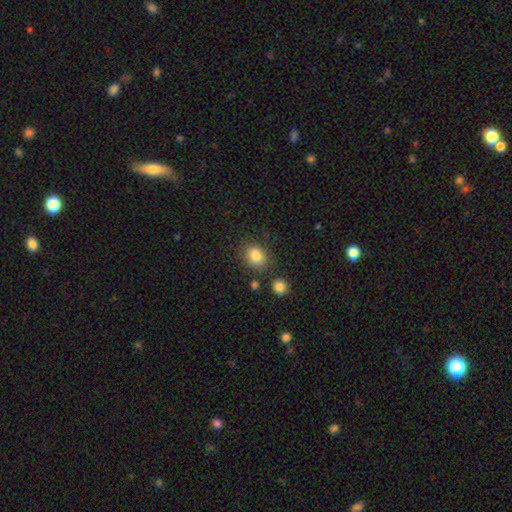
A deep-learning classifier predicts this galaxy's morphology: Smooth or featured: smooth — 84% (star or artifact — 10%)
How rounded: in between — 51% (round — 48%)
Merging: none — 75% (minor disturbance — 14%)